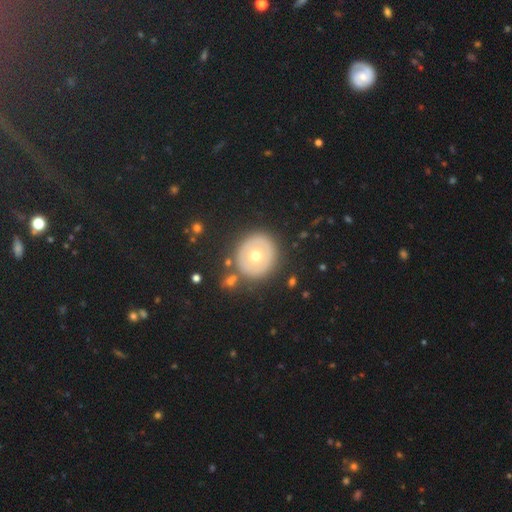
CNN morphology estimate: Smooth or featured? Predicted: smooth (p=0.51). How rounded? Predicted: round (p=0.83). Merging? Predicted: none (p=0.83).